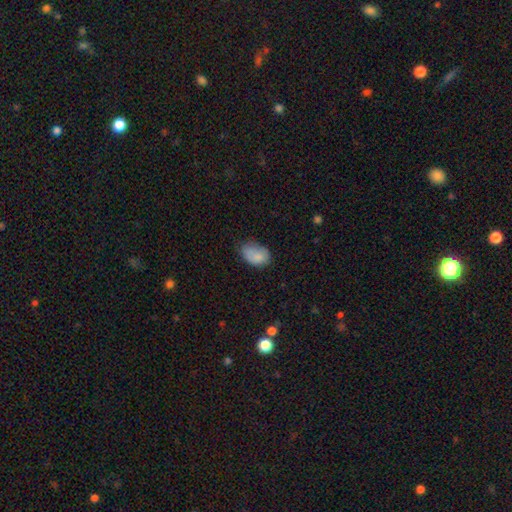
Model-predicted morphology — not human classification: This appears to be a smooth galaxy with no disk features (83%) that is in between round and cigar-shaped (86%). Merging: none (56%).